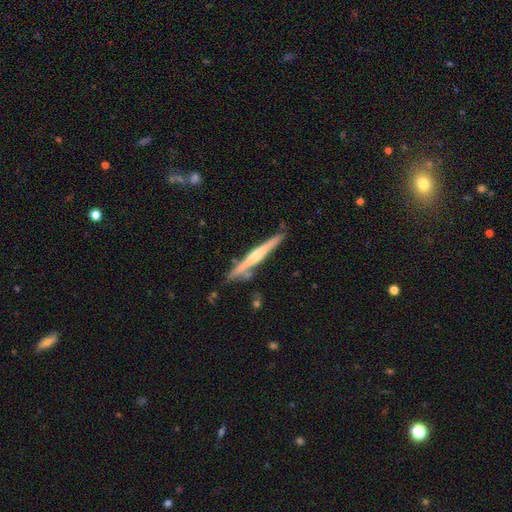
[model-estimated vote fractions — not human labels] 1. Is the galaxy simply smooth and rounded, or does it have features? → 64% featured or disk, 31% smooth, 6% star or artifact.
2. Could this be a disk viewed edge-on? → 97% yes, 3% no.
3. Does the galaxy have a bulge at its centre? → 62% rounded, 30% none, 8% boxy.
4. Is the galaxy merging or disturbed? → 80% none, 13% minor disturbance, 5% merger, 2% major disturbance.